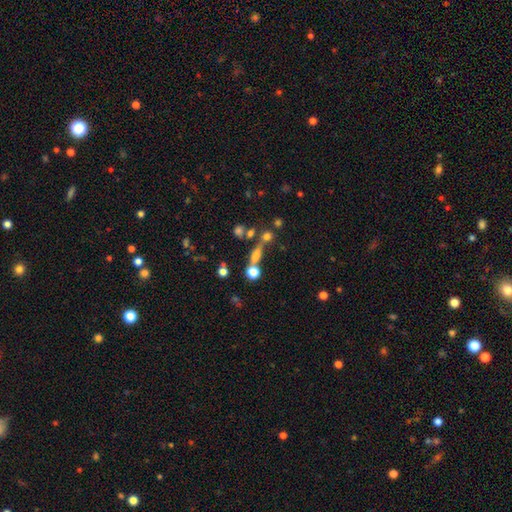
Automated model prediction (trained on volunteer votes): Smooth or featured? smooth (50%)
Merging? none (51%)